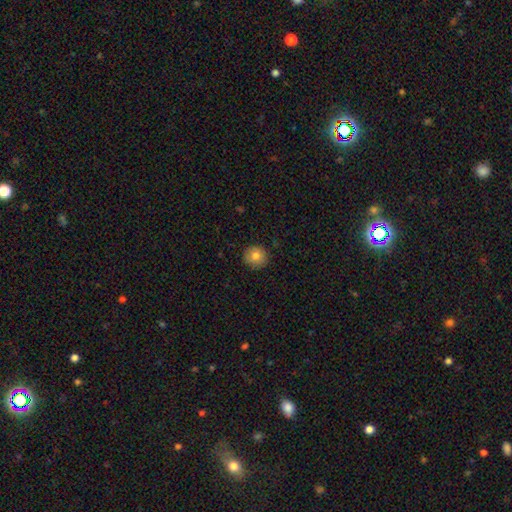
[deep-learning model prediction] Smooth or featured? smooth (82%)
How rounded? round (93%)
Merging? none (88%)